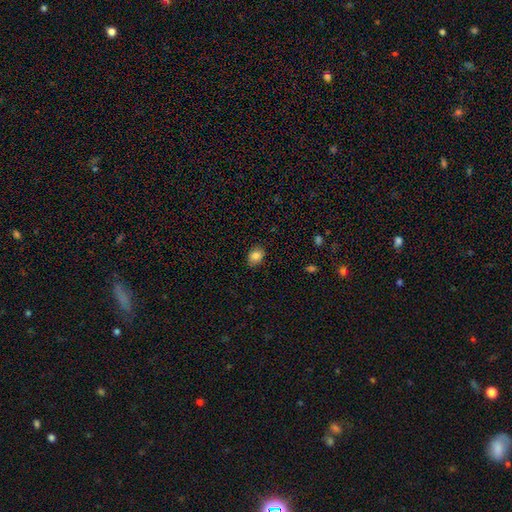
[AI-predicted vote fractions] The model was most divided on "how rounded": in between: 59%, round: 40%, cigar-shaped: 1%. More confident: merging — none (85%); smooth or featured — smooth (84%).